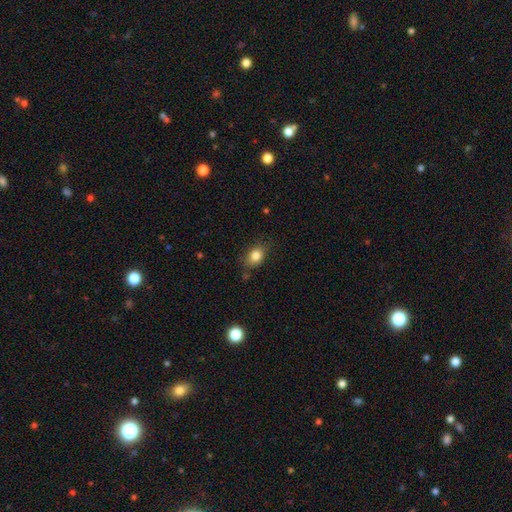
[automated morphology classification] A smooth galaxy with no disk features (83%) that is in between round and cigar-shaped (68%).

Vote fractions:
- Smooth or featured? smooth: 83% / star or artifact: 10% / featured or disk: 7%
- How rounded? in between: 68% / round: 30% / cigar-shaped: 1%
- Merging? none: 75% / minor disturbance: 19% / major disturbance: 4% / merger: 2%